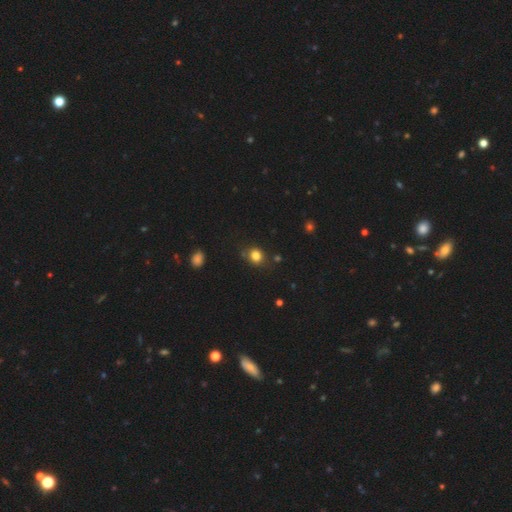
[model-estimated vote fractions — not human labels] smooth-or-featured: smooth: 81% | star or artifact: 13% | featured or disk: 6%
  how-rounded: round: 72% | in between: 27% | cigar-shaped: 1%
  merging: none: 79% | minor disturbance: 13% | merger: 5% | major disturbance: 4%